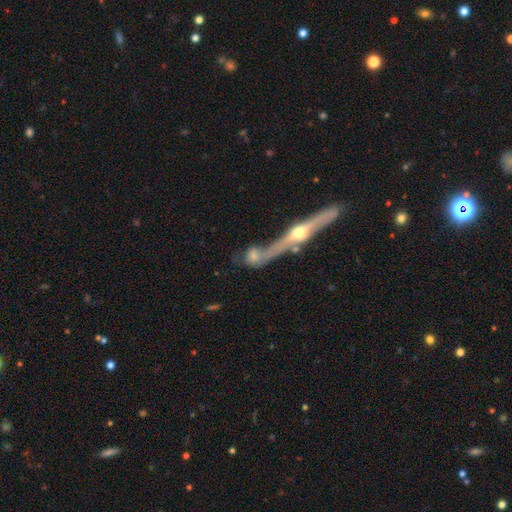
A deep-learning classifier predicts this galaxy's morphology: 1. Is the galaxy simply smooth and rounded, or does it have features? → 48% featured or disk, 42% smooth, 10% star or artifact.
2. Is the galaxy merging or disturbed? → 41% none, 36% merger, 13% minor disturbance, 10% major disturbance.